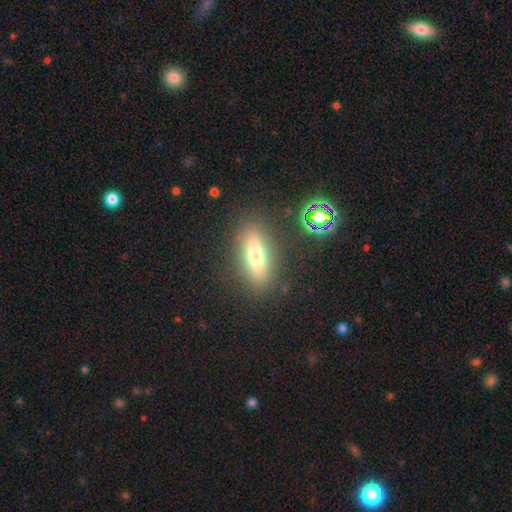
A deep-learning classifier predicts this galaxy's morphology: smooth_or_featured: smooth (p=0.58) [alt: featured or disk p=0.31]
how_rounded: in between (p=0.53) [alt: cigar-shaped p=0.43]
merging: none (p=0.85) [alt: minor disturbance p=0.09]